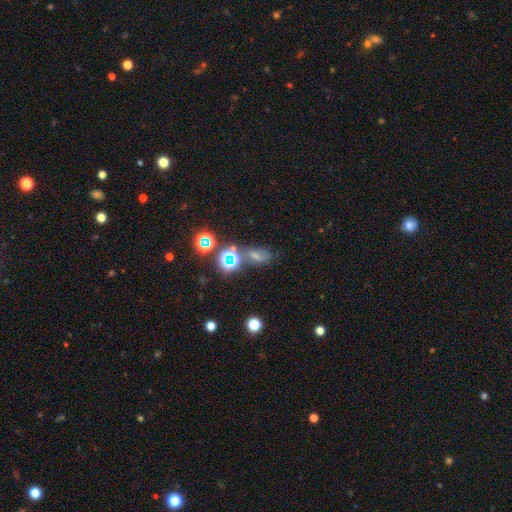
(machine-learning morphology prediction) This is possibly a smooth galaxy (49%). Merging: possibly none (50%).